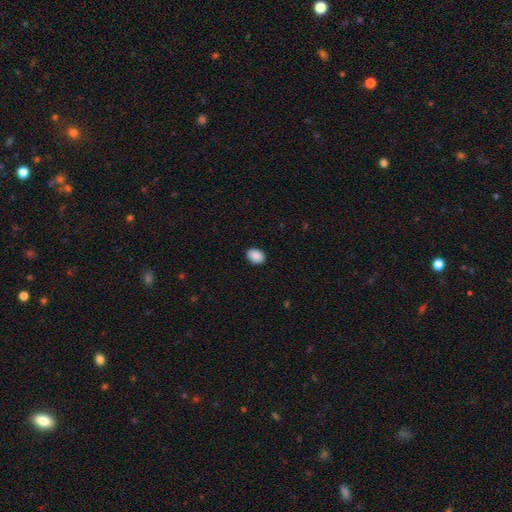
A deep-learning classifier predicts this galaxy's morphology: A smooth galaxy with no disk features (90%) that is in between round and cigar-shaped (77%). Merging: none (90%).